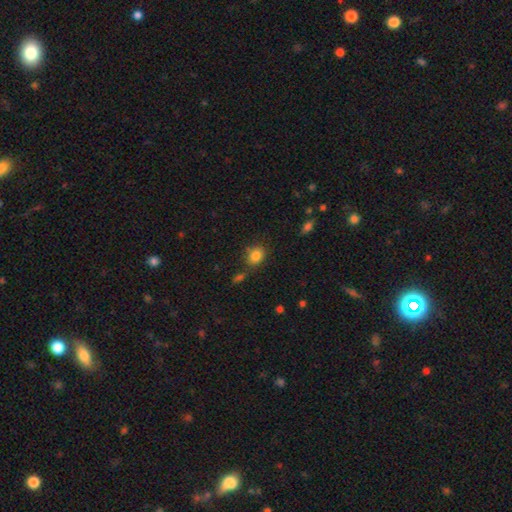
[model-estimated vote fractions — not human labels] smooth-or-featured: smooth: 83% | star or artifact: 11% | featured or disk: 6%
  how-rounded: round: 54% | in between: 44% | cigar-shaped: 1%
  merging: none: 72% | minor disturbance: 16% | merger: 8% | major disturbance: 4%